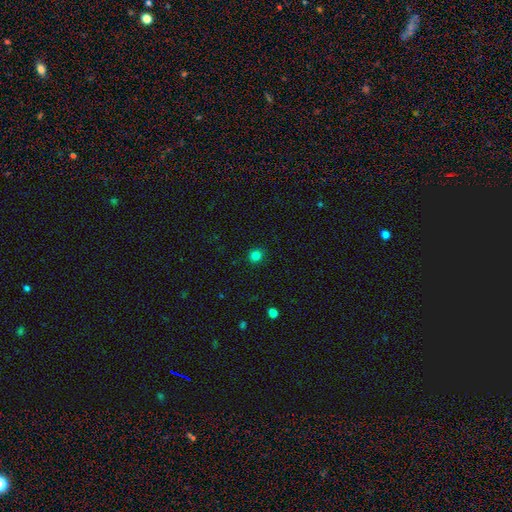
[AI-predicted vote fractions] Overall: smooth (82%). How rounded: round (87%). Merging: none (90%).